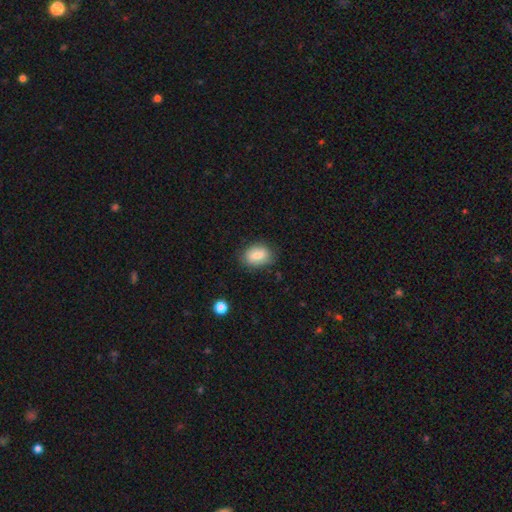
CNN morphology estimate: Smooth or featured?
  - smooth: 79% *
  - featured or disk: 13%
  - star or artifact: 8%
How rounded?
  - in between: 77% *
  - round: 21%
  - cigar-shaped: 2%
Merging?
  - none: 77% *
  - minor disturbance: 17%
  - major disturbance: 4%
  - merger: 1%